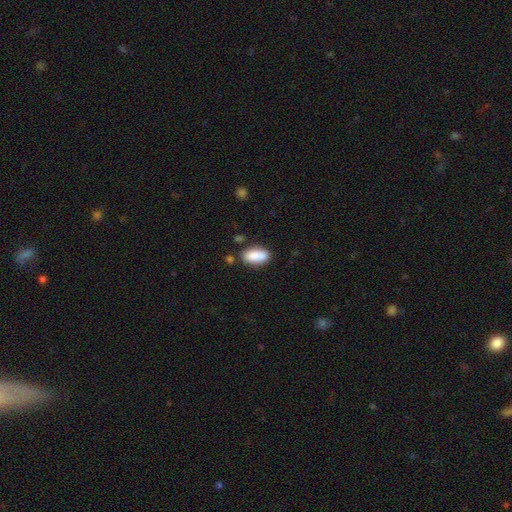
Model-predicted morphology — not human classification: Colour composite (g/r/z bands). It shows a smooth galaxy with no disk features (86%) that is in between round and cigar-shaped (79%). Merging: none (77%).